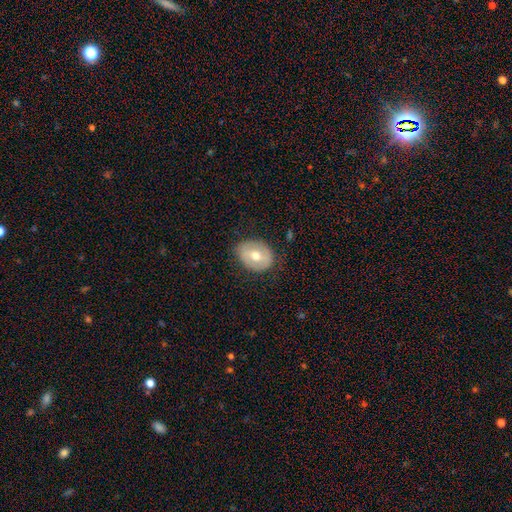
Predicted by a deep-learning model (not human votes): A smooth galaxy with no disk features (53%) that is in between round and cigar-shaped (52%).

Vote fractions:
- Smooth or featured? smooth: 53% / featured or disk: 40% / star or artifact: 7%
- How rounded? in between: 52% / round: 47% / cigar-shaped: 1%
- Merging? none: 78% / minor disturbance: 17% / major disturbance: 4% / merger: 1%